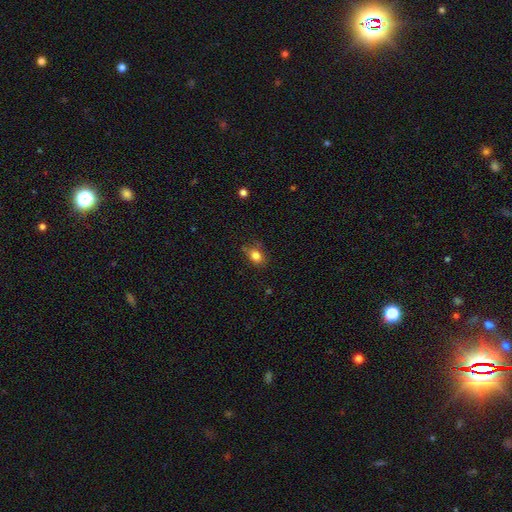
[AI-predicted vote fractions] Overall: smooth (81%). How rounded: in between (67%; round 32%). Merging: none (70%).